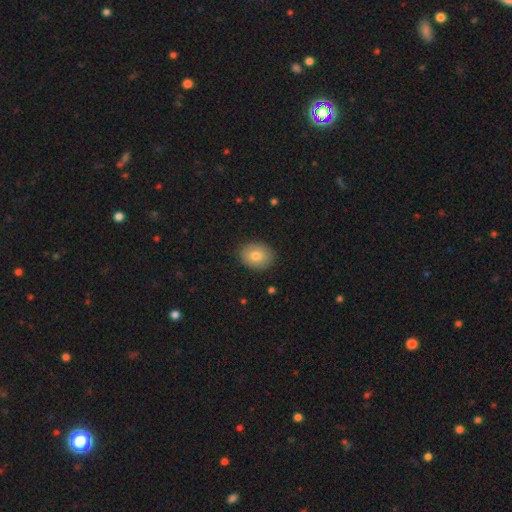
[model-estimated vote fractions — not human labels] A smooth galaxy with no disk features (78%) that is in between round and cigar-shaped (53%). Merging: none (87%).